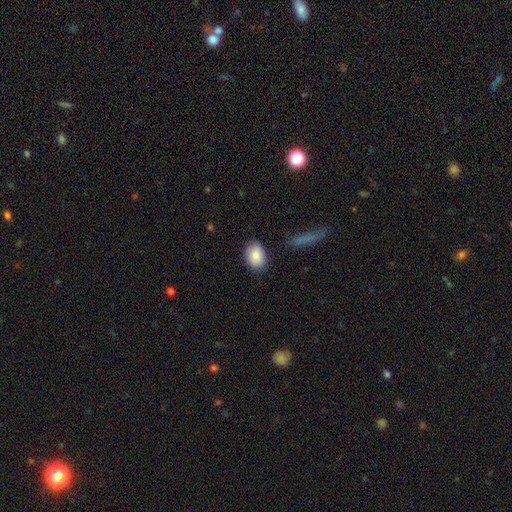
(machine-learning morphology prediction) Smooth or featured? smooth (87%)
How rounded? in between (76%)
Merging? none (82%)